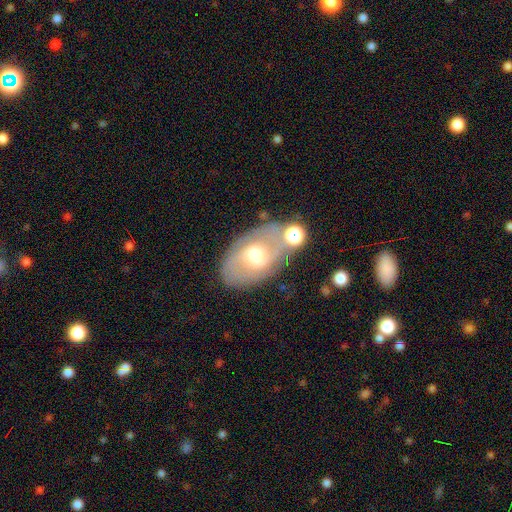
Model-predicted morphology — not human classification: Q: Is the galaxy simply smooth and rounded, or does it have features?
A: featured or disk — 62%.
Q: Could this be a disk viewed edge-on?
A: no — 92%.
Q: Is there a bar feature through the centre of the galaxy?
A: no — 58%.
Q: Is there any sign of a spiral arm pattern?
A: yes — 67%.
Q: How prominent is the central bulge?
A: moderate — 67%.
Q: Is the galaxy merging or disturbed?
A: none — 62%.